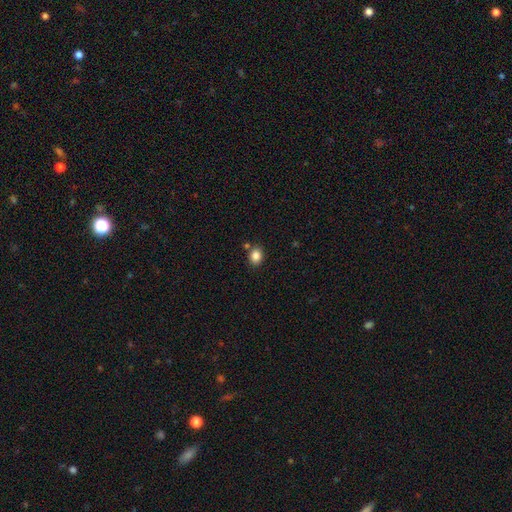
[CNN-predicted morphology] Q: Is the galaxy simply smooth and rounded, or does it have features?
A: smooth — 85%.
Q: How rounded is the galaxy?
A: round — 51%.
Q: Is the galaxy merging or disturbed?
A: none — 79%.